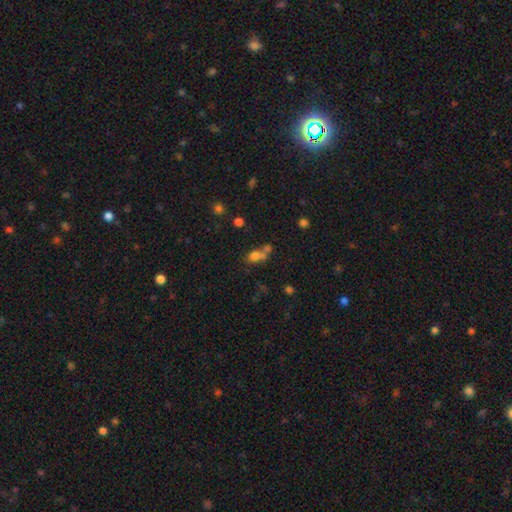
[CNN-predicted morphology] This appears to be a smooth galaxy with no disk features (71%) that is in between round and cigar-shaped (50%). Merging: merger (54%).